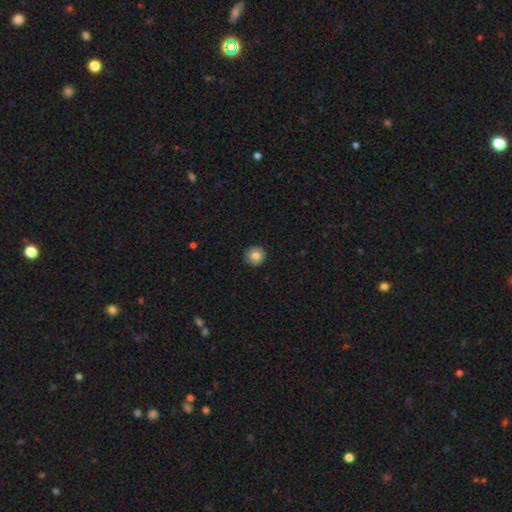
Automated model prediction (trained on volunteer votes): smooth_or_featured: smooth (p=0.82) [alt: featured or disk p=0.10]
how_rounded: round (p=0.95) [alt: in between p=0.04]
merging: none (p=0.93) [alt: minor disturbance p=0.05]